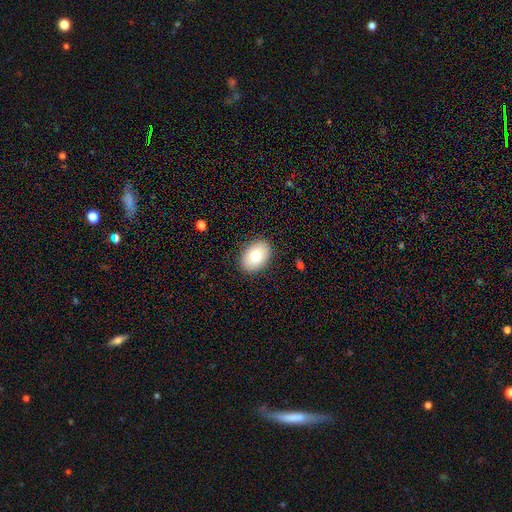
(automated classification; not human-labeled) smooth_or_featured: smooth (p=0.79) [alt: featured or disk p=0.14]
how_rounded: in between (p=0.83) [alt: round p=0.16]
merging: none (p=0.88) [alt: minor disturbance p=0.08]